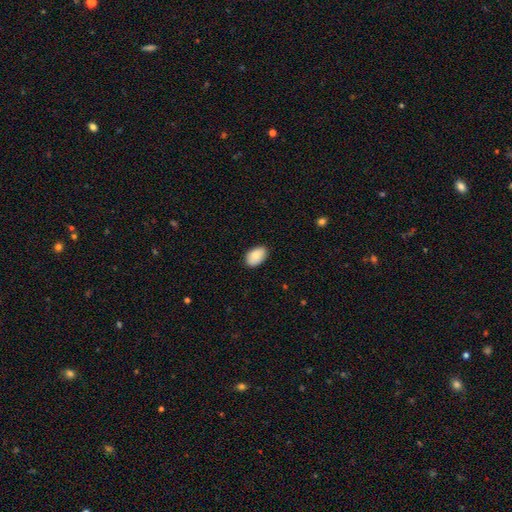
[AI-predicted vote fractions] Smooth or featured? smooth (84%)
How rounded? in between (92%)
Merging? none (84%)